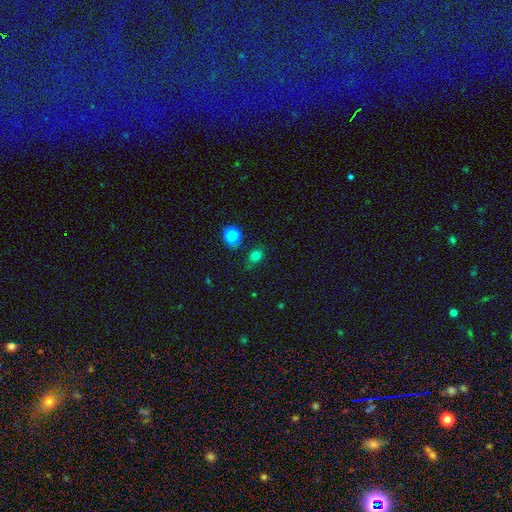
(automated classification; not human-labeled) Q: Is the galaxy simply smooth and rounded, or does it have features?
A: smooth — 77%.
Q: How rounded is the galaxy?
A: round — 57%.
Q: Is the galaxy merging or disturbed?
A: none — 75%.